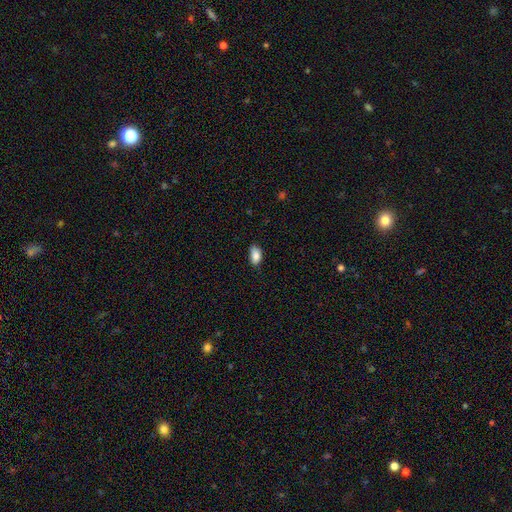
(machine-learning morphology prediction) A smooth galaxy with no disk features (85%) that is in between round and cigar-shaped (92%). Merging: none (77%).